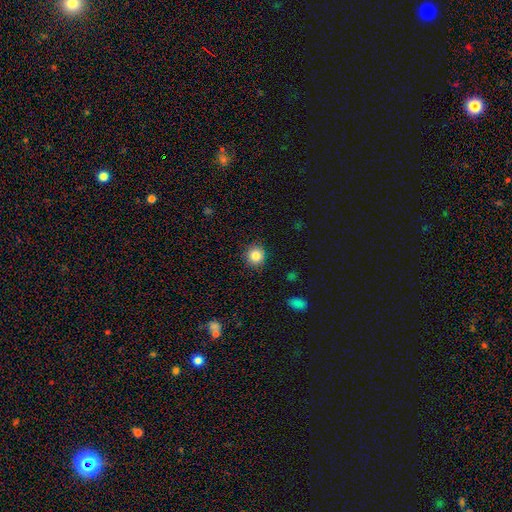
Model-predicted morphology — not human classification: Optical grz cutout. It shows a smooth galaxy with no disk features (84%) that is round (90%). Merging: none (89%).